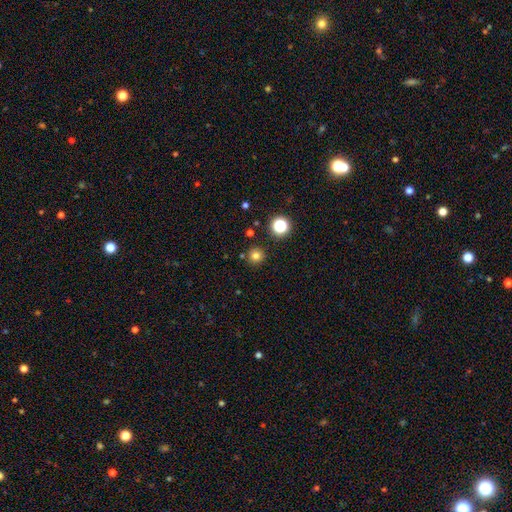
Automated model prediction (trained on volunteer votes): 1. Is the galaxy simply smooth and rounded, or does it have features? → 78% smooth, 16% star or artifact, 6% featured or disk.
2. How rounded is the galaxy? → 95% round, 4% in between, 1% cigar-shaped.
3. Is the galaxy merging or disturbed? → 88% none, 6% minor disturbance, 4% merger, 2% major disturbance.